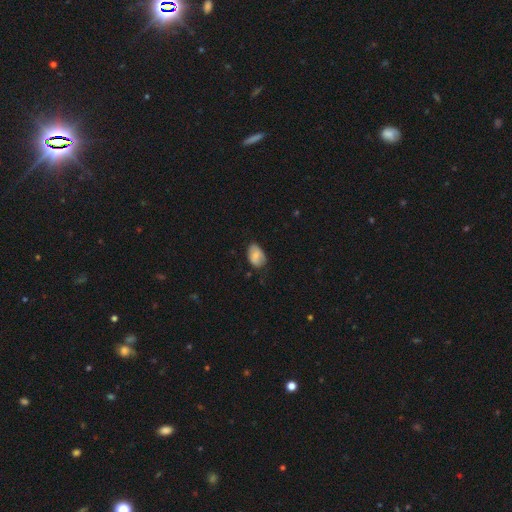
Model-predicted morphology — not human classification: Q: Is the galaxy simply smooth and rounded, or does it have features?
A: smooth — 75%.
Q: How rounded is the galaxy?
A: in between — 86%.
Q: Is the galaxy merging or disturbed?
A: none — 62%.